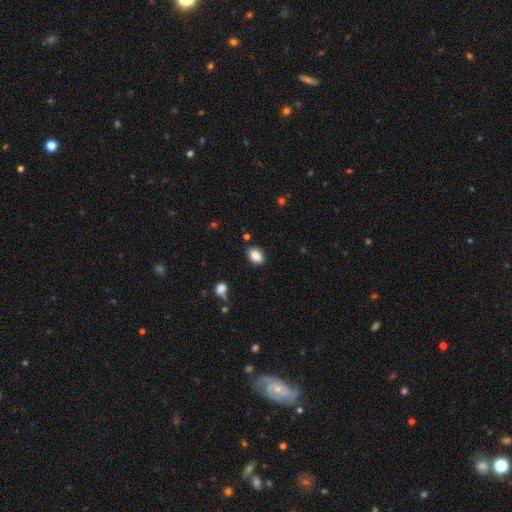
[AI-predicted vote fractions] Overall: smooth (86%). How rounded: in between (87%). Merging: none (86%).